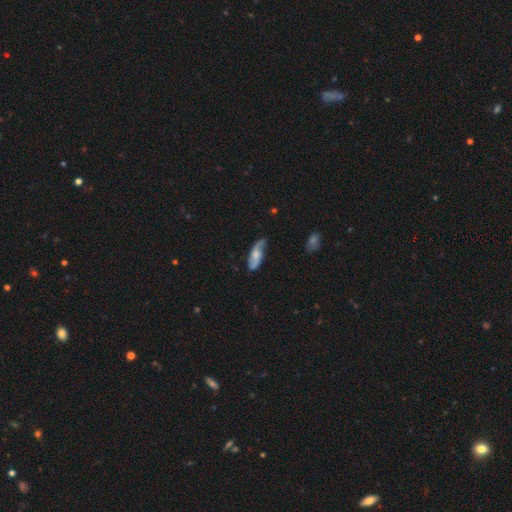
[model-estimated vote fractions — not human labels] Morphology: type=featured or disk (56%); edge-on=no (86%); merging=none (66%).